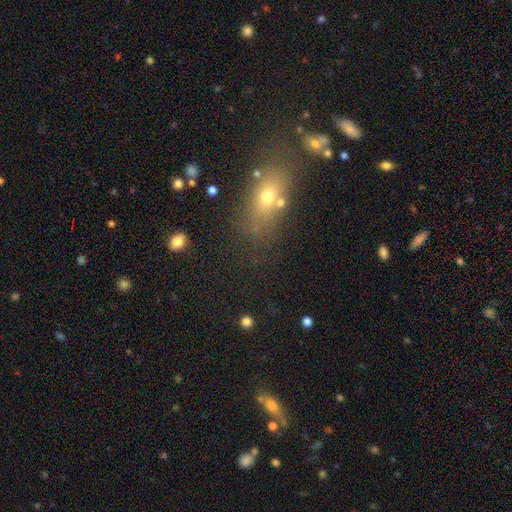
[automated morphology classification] smooth_or_featured: smooth (p=0.53) [alt: star or artifact p=0.30]
how_rounded: in between (p=0.61) [alt: round p=0.23]
merging: none (p=0.68) [alt: minor disturbance p=0.14]